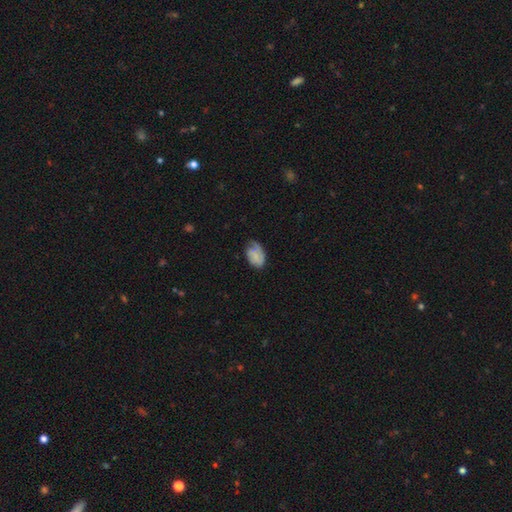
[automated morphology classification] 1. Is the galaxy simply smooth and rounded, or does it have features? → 62% smooth, 29% featured or disk, 9% star or artifact.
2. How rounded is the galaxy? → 86% in between, 13% round, 1% cigar-shaped.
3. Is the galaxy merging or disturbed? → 42% none, 39% minor disturbance, 17% major disturbance, 2% merger.